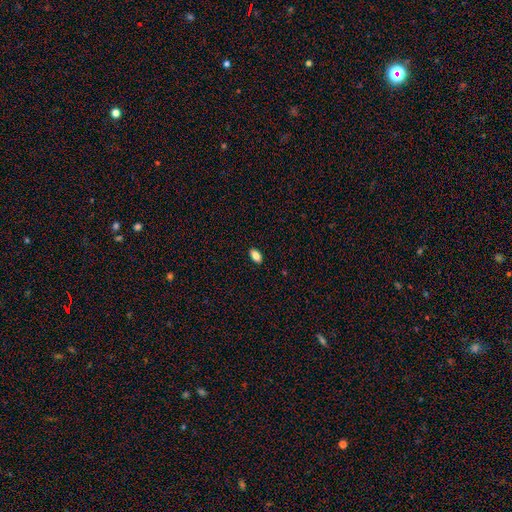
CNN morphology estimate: type=smooth (84%); roundness=in between (90%); merging=none (89%).